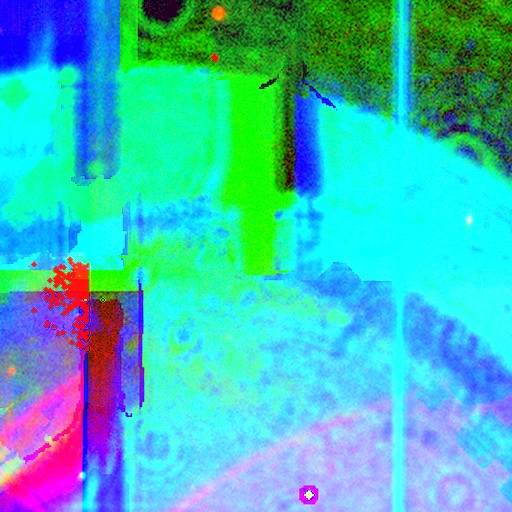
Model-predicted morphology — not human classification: A star or artifact, not a galaxy (87%).

Vote fractions:
- Smooth or featured? star or artifact: 87% / featured or disk: 7% / smooth: 6%